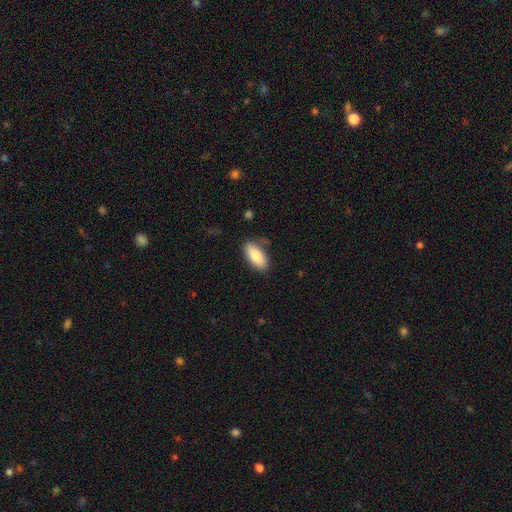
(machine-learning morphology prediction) Smooth or featured: smooth — 82% (featured or disk — 12%)
How rounded: in between — 87% (cigar-shaped — 11%)
Merging: none — 79% (minor disturbance — 15%)